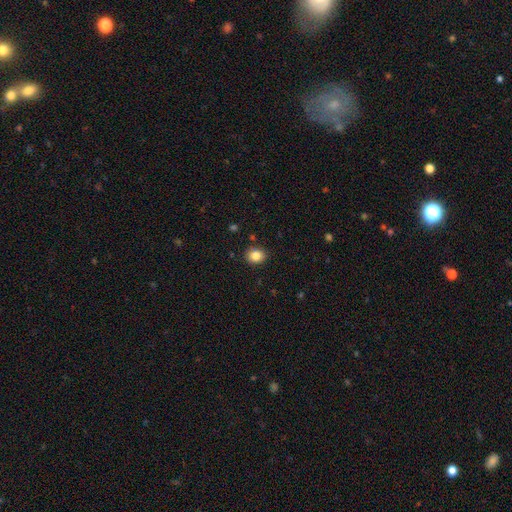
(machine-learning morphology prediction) Overall: smooth (85%). How rounded: round (60%; in between 39%). Merging: none (88%).